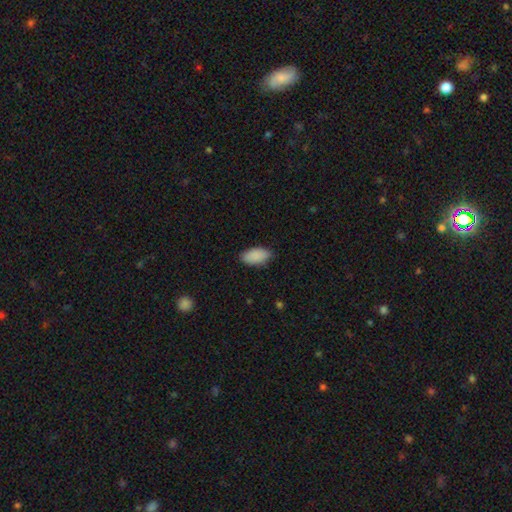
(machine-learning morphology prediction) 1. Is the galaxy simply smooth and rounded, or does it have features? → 90% smooth, 7% star or artifact, 4% featured or disk.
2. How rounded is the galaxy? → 94% in between, 4% cigar-shaped, 2% round.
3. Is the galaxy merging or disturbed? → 82% none, 15% minor disturbance, 3% major disturbance, 1% merger.